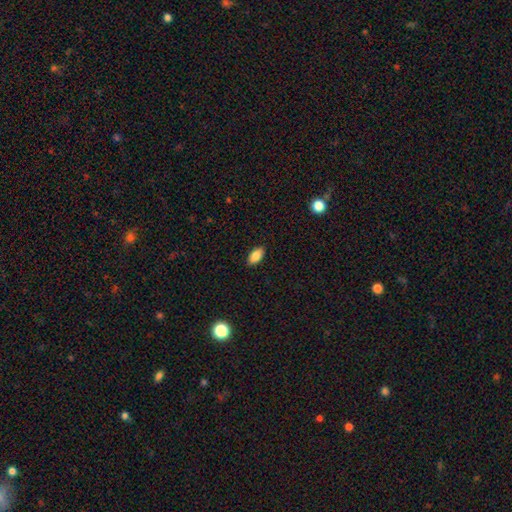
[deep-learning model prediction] Morphology: type=smooth (87%); roundness=in between (92%); merging=none (88%).